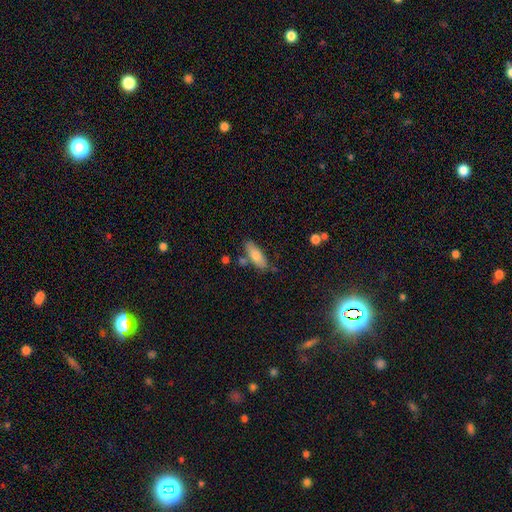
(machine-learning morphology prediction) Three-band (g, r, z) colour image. It shows a smooth galaxy with no disk features (76%) that is in between round and cigar-shaped (66%). Merging: none (71%).